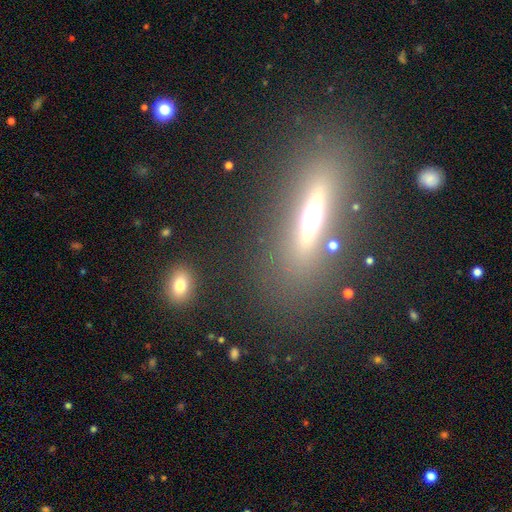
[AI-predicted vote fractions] Q: Smooth or featured?
A: featured or disk (51%); runner-up: smooth (35%)
Q: Edge-on disk?
A: yes (82%); runner-up: no (18%)
Q: Merging?
A: none (82%); runner-up: minor disturbance (10%)